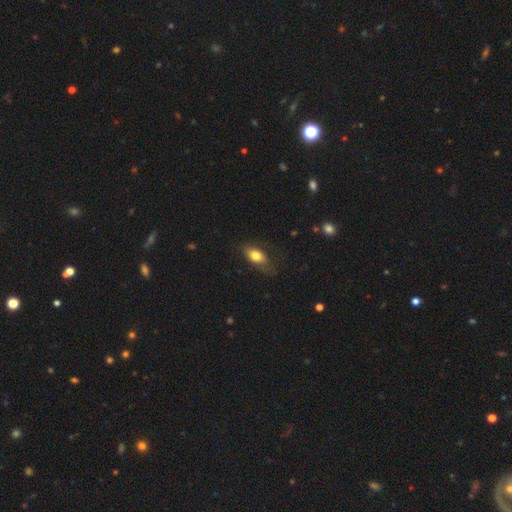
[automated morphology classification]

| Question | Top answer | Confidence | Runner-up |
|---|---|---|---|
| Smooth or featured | smooth | 76% | featured or disk (16%) |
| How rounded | in between | 86% | round (9%) |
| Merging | none | 62% | minor disturbance (24%) |